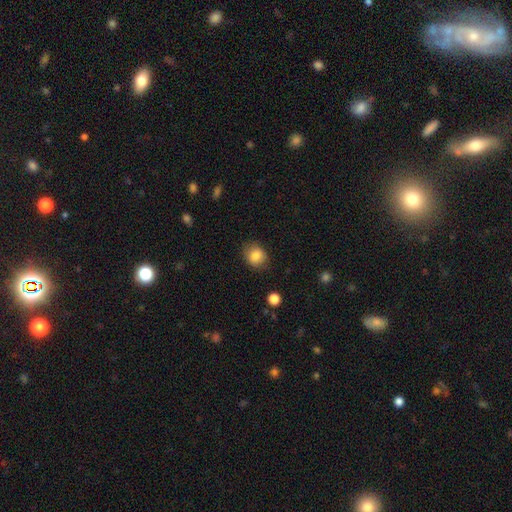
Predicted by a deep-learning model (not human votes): smooth_or_featured: smooth (p=0.83) [alt: star or artifact p=0.09]
how_rounded: round (p=0.67) [alt: in between p=0.32]
merging: none (p=0.82) [alt: minor disturbance p=0.14]